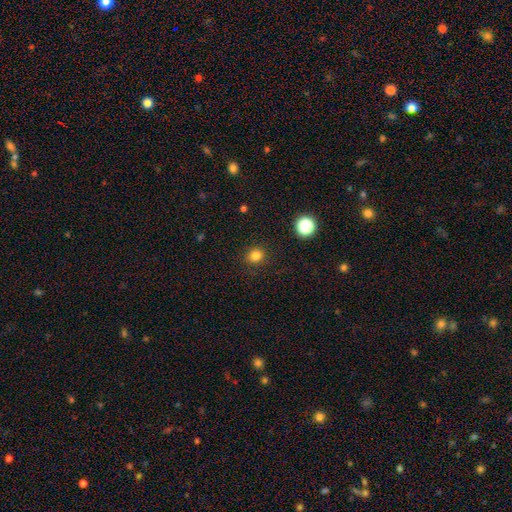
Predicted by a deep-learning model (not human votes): Morphology: type=smooth (81%); roundness=round (82%); merging=none (89%).